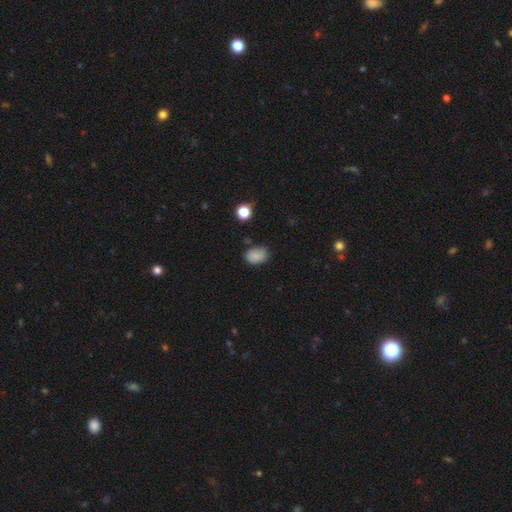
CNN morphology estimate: Smooth or featured: smooth — 83% (star or artifact — 11%)
How rounded: in between — 73% (round — 26%)
Merging: none — 69% (minor disturbance — 23%)